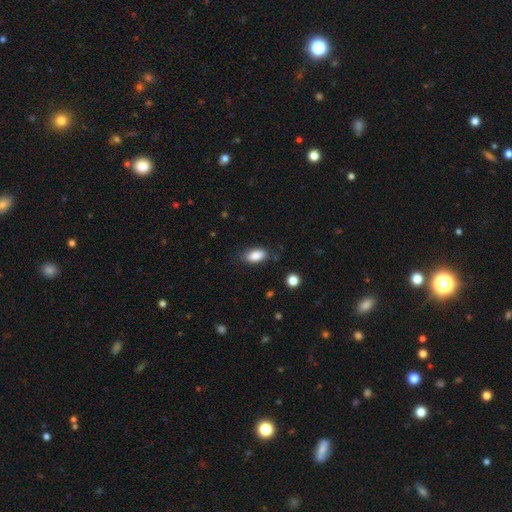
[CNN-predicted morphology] smooth 86%, star or artifact 8%, featured or disk 6%. Down the decision tree: how rounded — in between (91%); merging — none (80%).